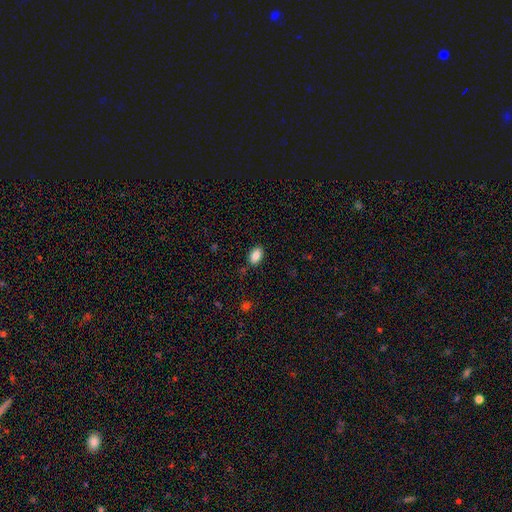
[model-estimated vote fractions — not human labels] Smooth or featured? smooth (87%)
How rounded? in between (92%)
Merging? none (85%)